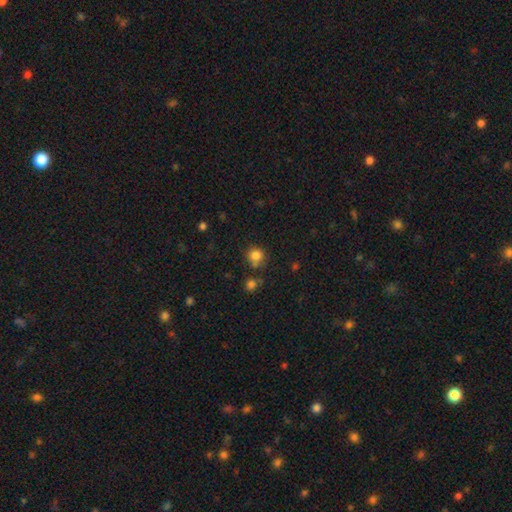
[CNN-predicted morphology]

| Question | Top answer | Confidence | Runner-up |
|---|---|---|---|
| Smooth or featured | smooth | 82% | star or artifact (12%) |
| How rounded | round | 89% | in between (10%) |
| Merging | none | 71% | minor disturbance (13%) |